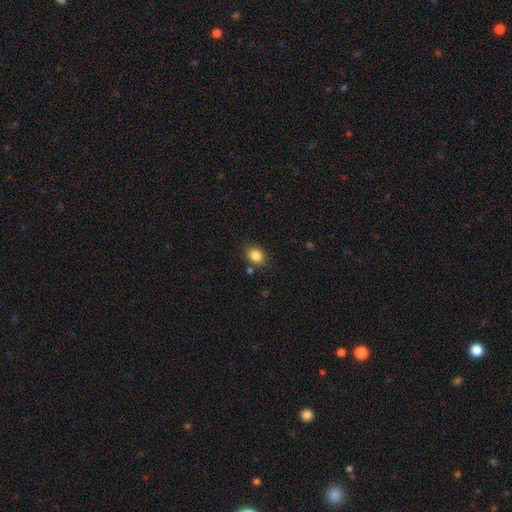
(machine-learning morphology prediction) This is clearly a smooth galaxy (85%). How rounded: possibly in between (50%). Merging: clearly none (81%).